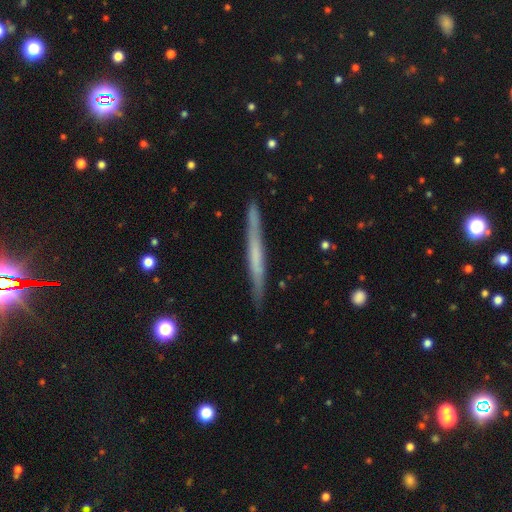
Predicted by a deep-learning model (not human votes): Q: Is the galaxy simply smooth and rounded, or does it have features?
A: featured or disk — 53%.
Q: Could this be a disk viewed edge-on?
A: yes — 95%.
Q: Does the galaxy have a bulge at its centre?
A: none — 79%.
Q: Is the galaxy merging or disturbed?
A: none — 87%.